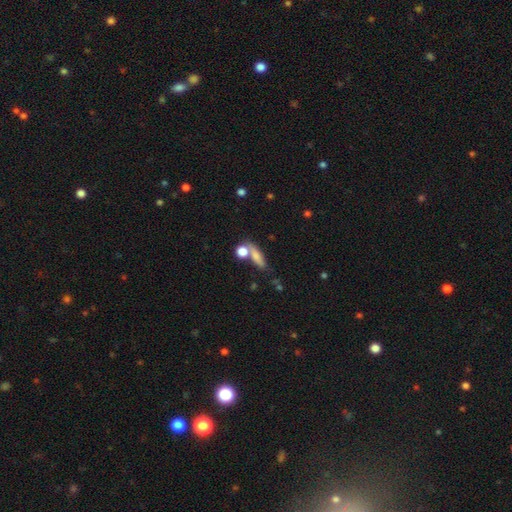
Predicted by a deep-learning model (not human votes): Smooth or featured?
  - smooth: 73% *
  - featured or disk: 17%
  - star or artifact: 11%
How rounded?
  - cigar-shaped: 45% *
  - in between: 40%
  - round: 15%
Merging?
  - none: 55% *
  - merger: 24%
  - minor disturbance: 14%
  - major disturbance: 7%